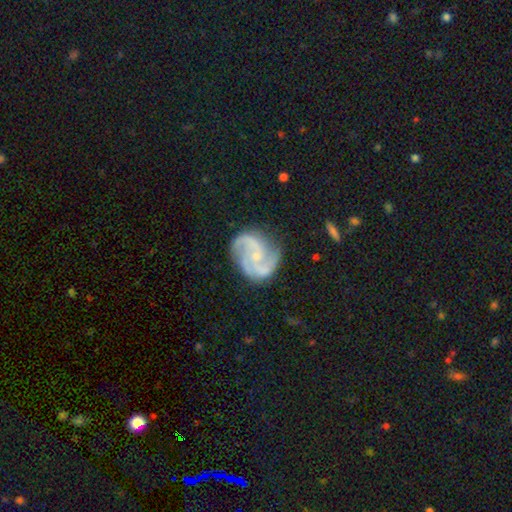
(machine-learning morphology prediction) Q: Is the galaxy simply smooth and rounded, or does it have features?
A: featured or disk — 88%.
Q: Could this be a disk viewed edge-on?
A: no — 98%.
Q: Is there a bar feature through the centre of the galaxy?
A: no — 61%.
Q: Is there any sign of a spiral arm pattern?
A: yes — 98%.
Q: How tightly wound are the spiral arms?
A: medium — 54%.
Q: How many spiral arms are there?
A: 2 — 66%.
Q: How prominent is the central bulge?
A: small — 68%.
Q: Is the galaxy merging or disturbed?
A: none — 74%.